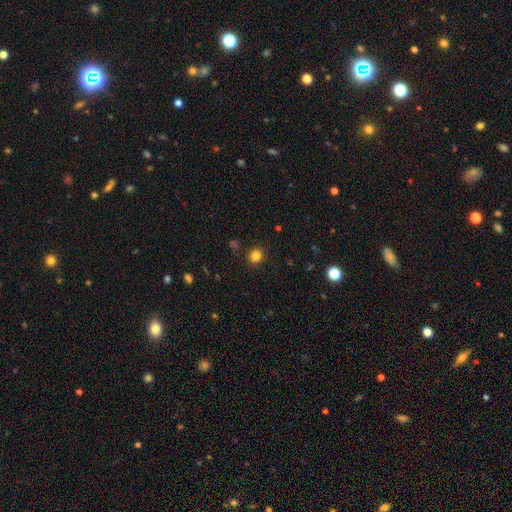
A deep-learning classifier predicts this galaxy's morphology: Smooth or featured? smooth (82%)
How rounded? round (84%)
Merging? none (88%)